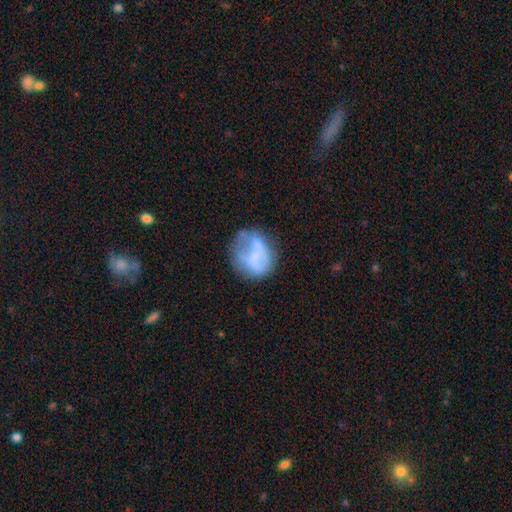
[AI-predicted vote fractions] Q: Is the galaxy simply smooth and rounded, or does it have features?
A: smooth — 48%.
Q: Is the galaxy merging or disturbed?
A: none — 44%.